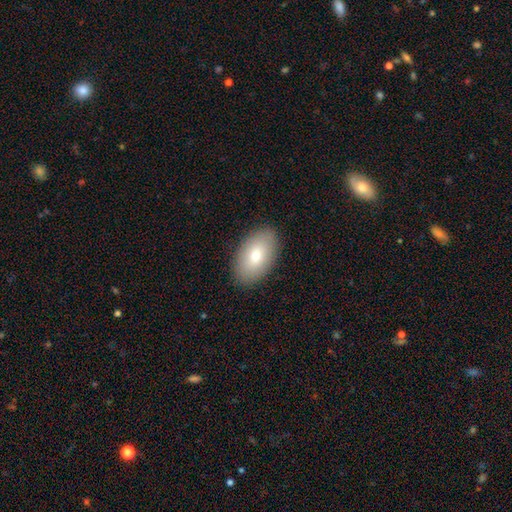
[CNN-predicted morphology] Smooth or featured? Predicted: smooth (p=0.76). How rounded? Predicted: in between (p=0.94). Merging? Predicted: none (p=0.88).